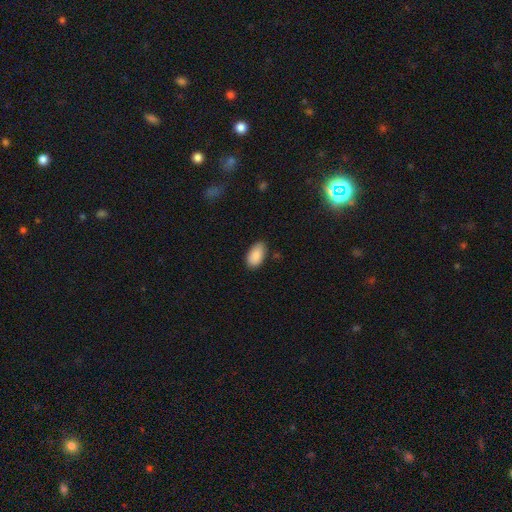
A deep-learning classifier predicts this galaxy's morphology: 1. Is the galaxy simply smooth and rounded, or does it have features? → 88% smooth, 7% star or artifact, 5% featured or disk.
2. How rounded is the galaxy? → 95% in between, 3% round, 2% cigar-shaped.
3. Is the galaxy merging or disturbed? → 80% none, 16% minor disturbance, 3% major disturbance, 1% merger.